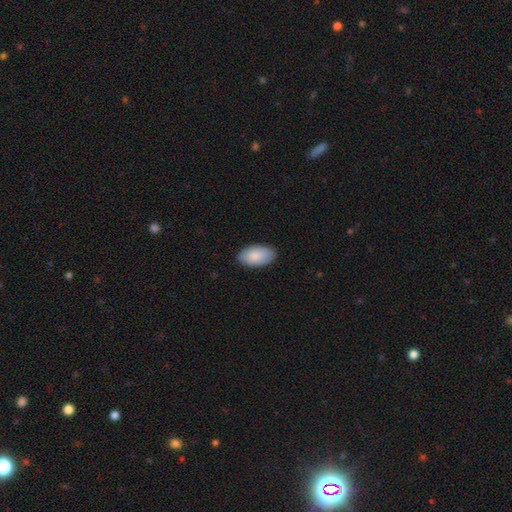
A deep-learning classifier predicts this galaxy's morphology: Q: Smooth or featured?
A: smooth (87%); runner-up: featured or disk (8%)
Q: How rounded?
A: in between (96%); runner-up: round (3%)
Q: Merging?
A: none (86%); runner-up: minor disturbance (11%)